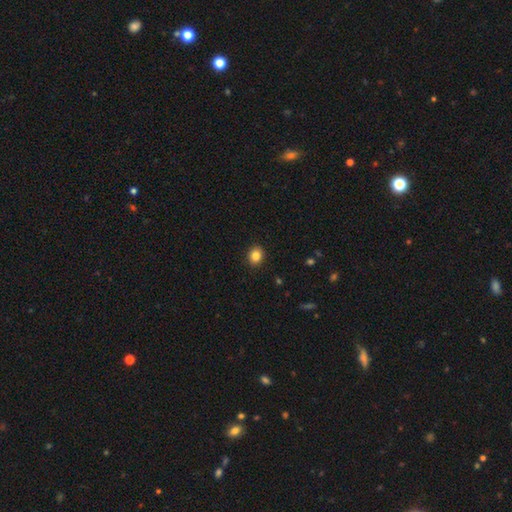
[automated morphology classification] Smooth or featured?
  - smooth: 84% *
  - star or artifact: 10%
  - featured or disk: 6%
How rounded?
  - round: 64% *
  - in between: 36%
  - cigar-shaped: 1%
Merging?
  - none: 91% *
  - minor disturbance: 6%
  - major disturbance: 2%
  - merger: 1%